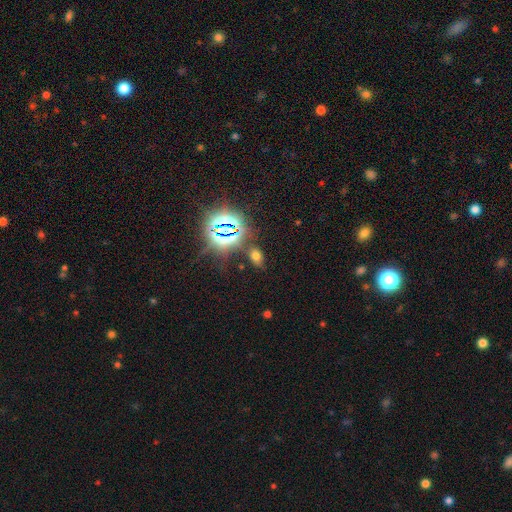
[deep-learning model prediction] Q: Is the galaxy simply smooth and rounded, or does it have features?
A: smooth — 50%.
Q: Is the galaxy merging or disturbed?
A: none — 79%.